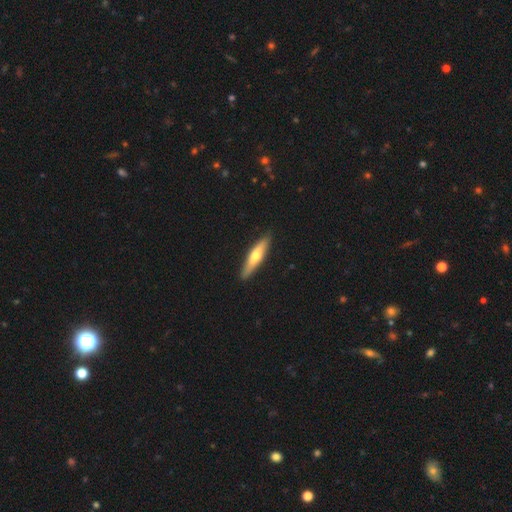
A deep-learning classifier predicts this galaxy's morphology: This appears to be a smooth galaxy with no disk features (51%) that is cigar-shaped (80%). Merging: none (90%).